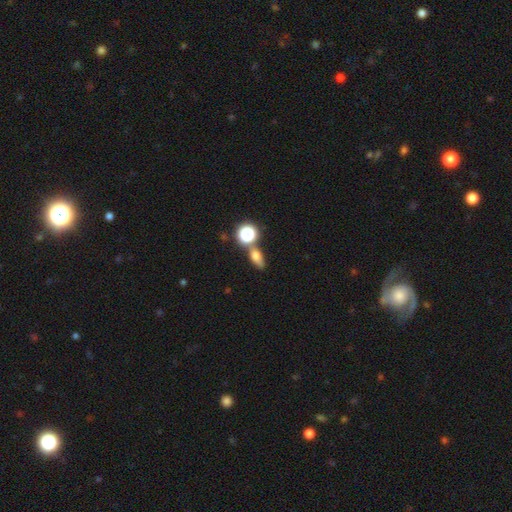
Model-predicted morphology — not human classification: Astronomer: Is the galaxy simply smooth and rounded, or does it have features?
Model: smooth — 63%.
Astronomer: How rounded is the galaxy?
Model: in between — 62%.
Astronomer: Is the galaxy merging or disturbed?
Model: none — 63%.